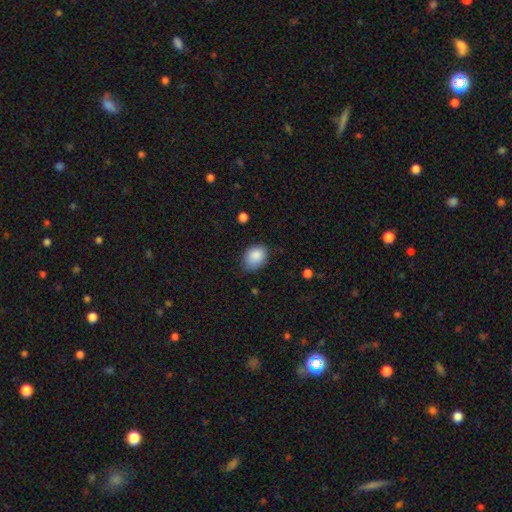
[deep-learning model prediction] Smooth or featured: smooth — 88% (star or artifact — 8%)
How rounded: in between — 65% (round — 34%)
Merging: none — 72% (minor disturbance — 23%)